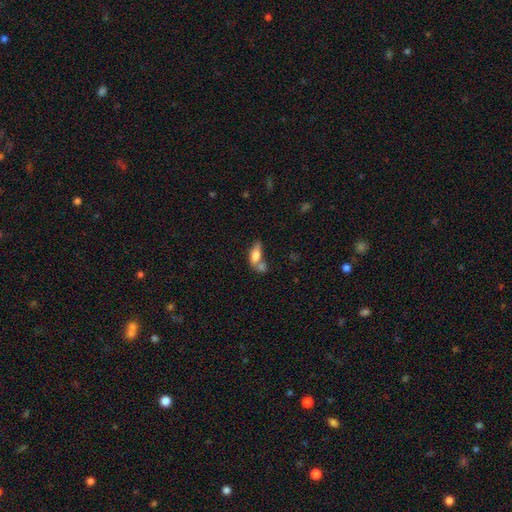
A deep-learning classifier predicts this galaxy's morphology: smooth_or_featured: smooth (p=0.71) [alt: featured or disk p=0.21]
how_rounded: in between (p=0.79) [alt: cigar-shaped p=0.17]
merging: merger (p=0.49) [alt: none p=0.28]